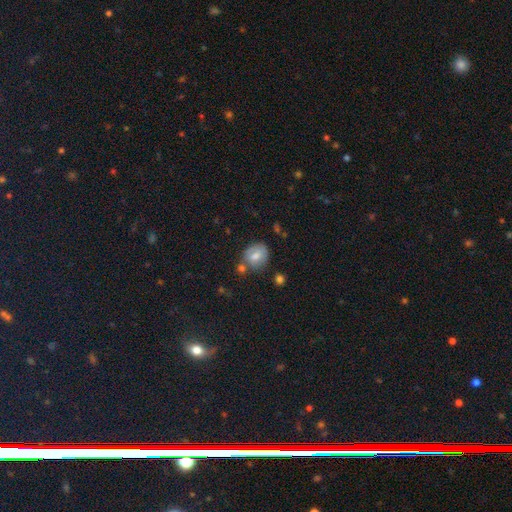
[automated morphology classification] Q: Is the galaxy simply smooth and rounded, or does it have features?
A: smooth — 68%.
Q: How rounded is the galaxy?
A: round — 54%.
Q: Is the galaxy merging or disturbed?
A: none — 58%.